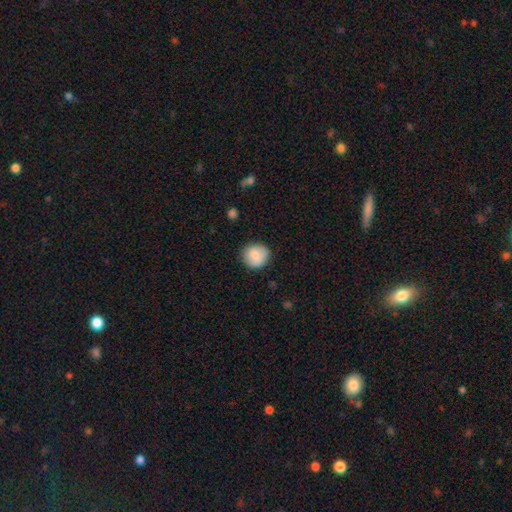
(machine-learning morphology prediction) smooth_or_featured: smooth (p=0.83) [alt: featured or disk p=0.10]
how_rounded: round (p=0.89) [alt: in between p=0.10]
merging: none (p=0.85) [alt: minor disturbance p=0.11]